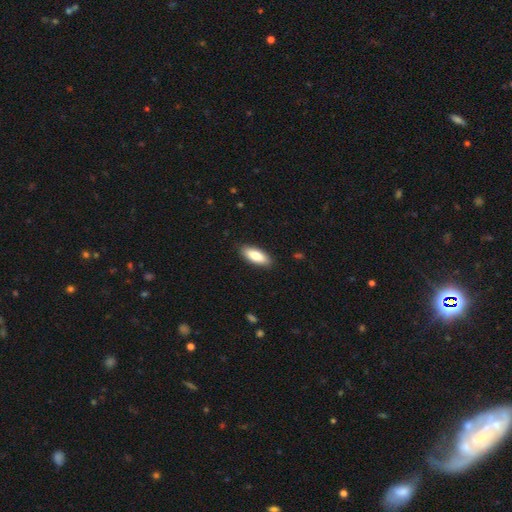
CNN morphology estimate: The model was most divided on "how rounded": in between: 78%, cigar-shaped: 20%, round: 2%. More confident: merging — none (88%); smooth or featured — smooth (82%).